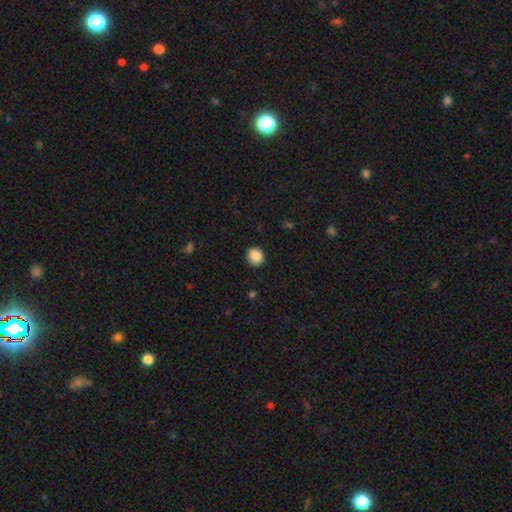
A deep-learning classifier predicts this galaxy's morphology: Smooth or featured? Predicted: smooth (p=0.88). How rounded? Predicted: round (p=0.82). Merging? Predicted: none (p=0.87).